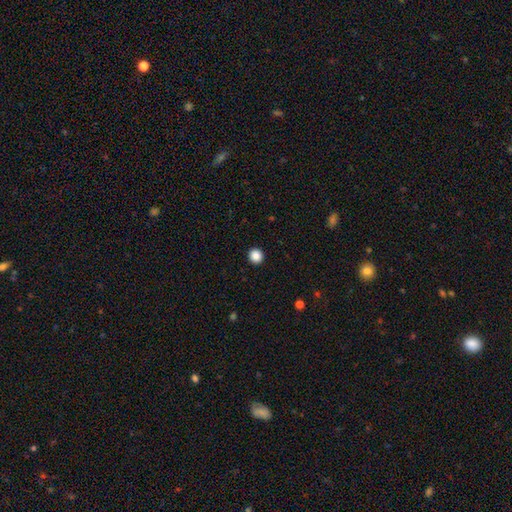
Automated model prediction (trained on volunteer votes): Smooth or featured? Predicted: smooth (p=0.87). How rounded? Predicted: round (p=0.94). Merging? Predicted: none (p=0.94).